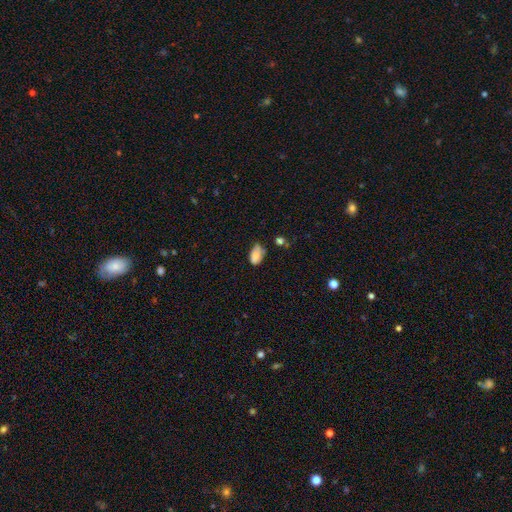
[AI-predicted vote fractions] smooth 78%, featured or disk 13%, star or artifact 9%. Down the decision tree: how rounded — in between (91%); merging — none (45%).